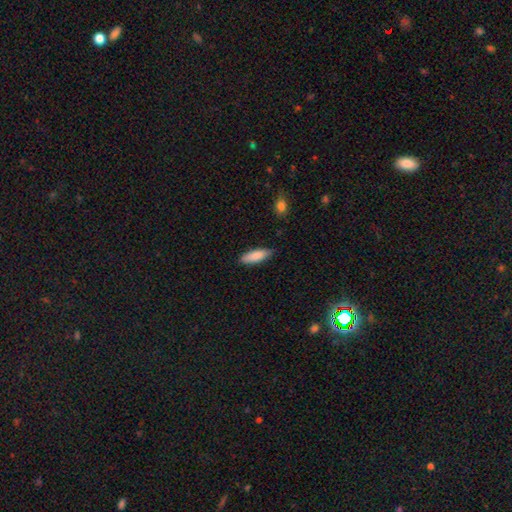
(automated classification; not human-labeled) A smooth galaxy with no disk features (86%) that is in between round and cigar-shaped (54%). Merging: none (82%).